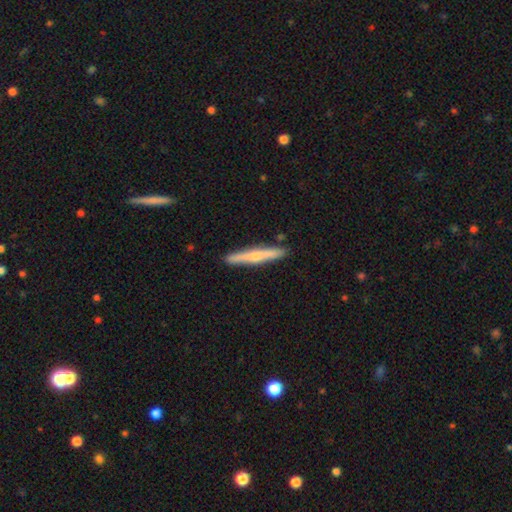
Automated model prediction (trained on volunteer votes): The model was most divided on "smooth or featured": smooth: 48%, featured or disk: 47%, star or artifact: 5%. More confident: merging — none (91%).